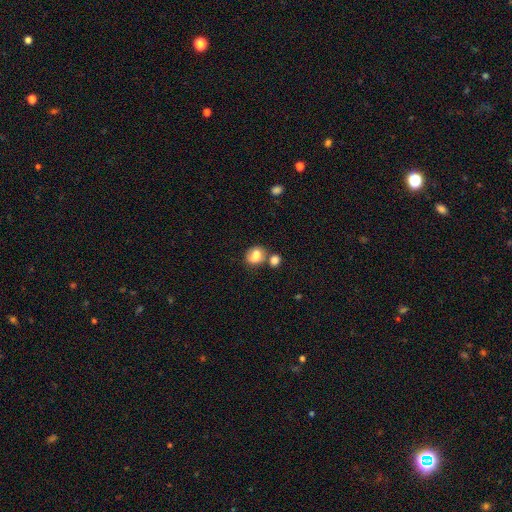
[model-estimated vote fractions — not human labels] Morphology: type=smooth (80%); roundness=in between (55%); merging=none (49%).